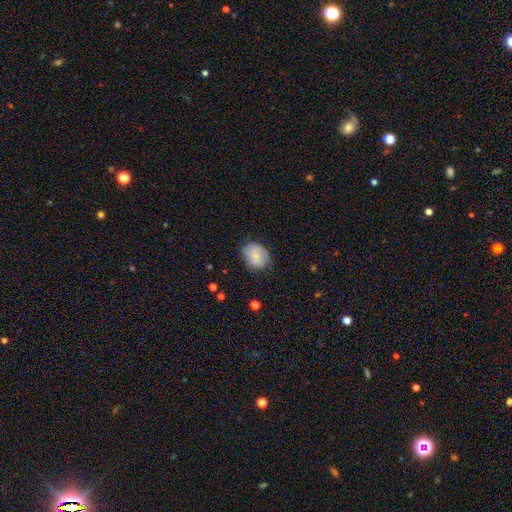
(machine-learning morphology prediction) A smooth galaxy with no disk features (63%) that is in between round and cigar-shaped (59%).

Vote fractions:
- Smooth or featured? smooth: 63% / featured or disk: 29% / star or artifact: 8%
- How rounded? in between: 59% / round: 40% / cigar-shaped: 1%
- Merging? none: 68% / minor disturbance: 24% / major disturbance: 6% / merger: 1%